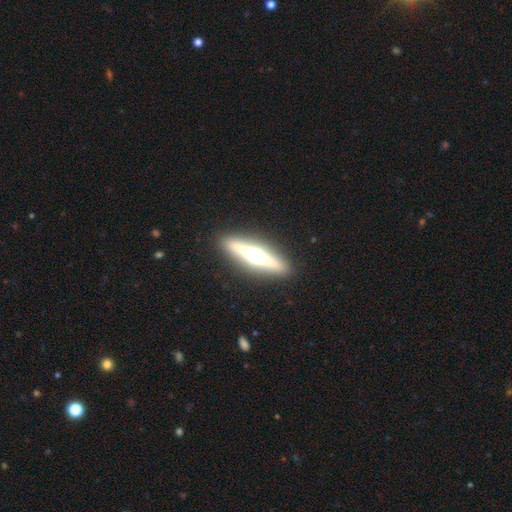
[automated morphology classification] smooth_or_featured: featured or disk (p=0.67) [alt: smooth p=0.24]
disk_edge_on: yes (p=0.94) [alt: no p=0.06]
edge_on_bulge: rounded (p=0.95) [alt: boxy p=0.03]
merging: none (p=0.89) [alt: minor disturbance p=0.07]